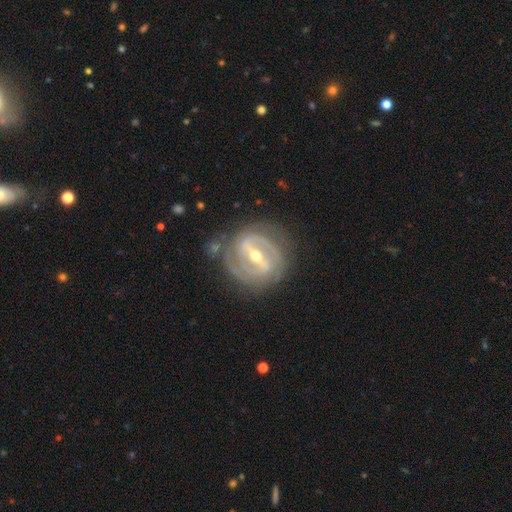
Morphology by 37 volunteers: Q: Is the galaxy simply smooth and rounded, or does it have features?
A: featured or disk — 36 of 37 (97%).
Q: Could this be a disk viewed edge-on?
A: no — 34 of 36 (94%).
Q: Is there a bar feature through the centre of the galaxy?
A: strong — 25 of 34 (74%).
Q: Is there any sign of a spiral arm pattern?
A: yes — 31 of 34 (91%).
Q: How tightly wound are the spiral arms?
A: tight — 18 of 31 (58%).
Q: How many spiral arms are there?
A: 2 — 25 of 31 (81%).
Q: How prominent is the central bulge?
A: moderate — 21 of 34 (62%).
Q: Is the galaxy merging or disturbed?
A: none — 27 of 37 (73%).